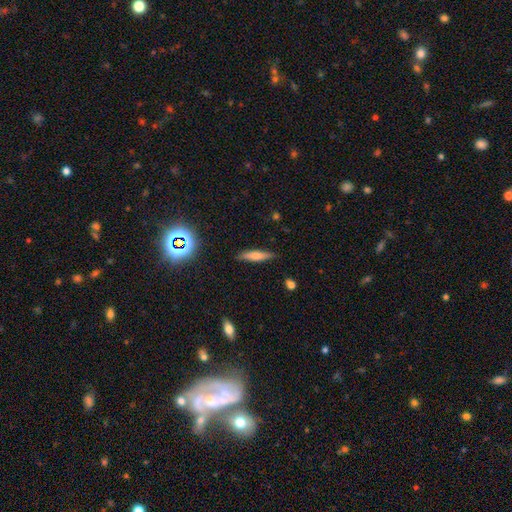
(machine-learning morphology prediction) A smooth galaxy with no disk features (68%) that is cigar-shaped (79%). Merging: none (86%).